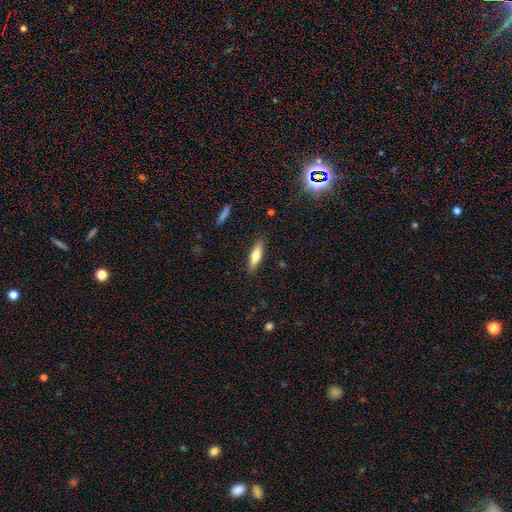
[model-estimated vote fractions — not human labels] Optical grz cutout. It shows a smooth galaxy with no disk features (72%) that is cigar-shaped (54%). Merging: none (87%).